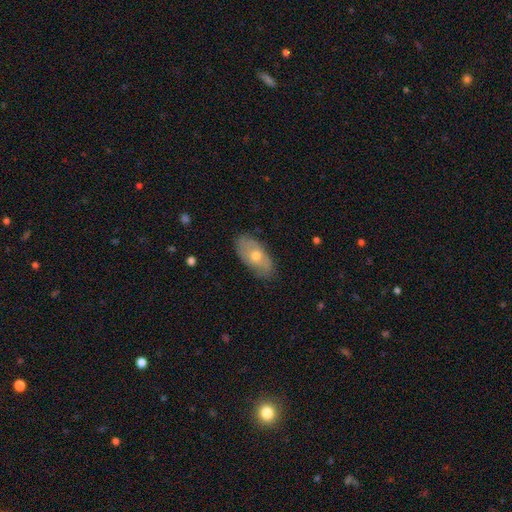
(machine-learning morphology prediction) The model was most divided on "smooth or featured": smooth: 51%, featured or disk: 42%, star or artifact: 7%. More confident: how rounded — in between (91%); merging — none (80%).